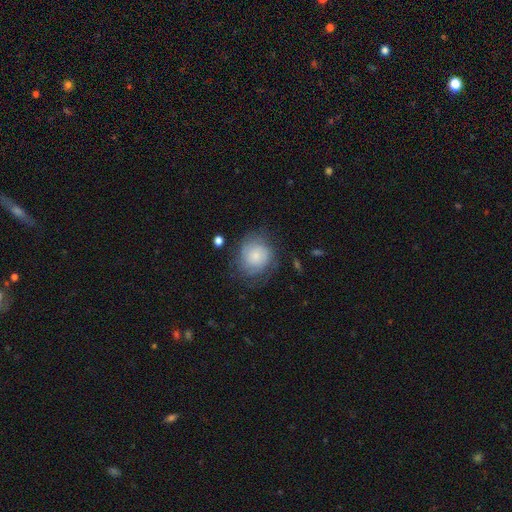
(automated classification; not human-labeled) Smooth or featured?
  - smooth: 62% *
  - featured or disk: 30%
  - star or artifact: 8%
How rounded?
  - round: 77% *
  - in between: 22%
  - cigar-shaped: 1%
Merging?
  - none: 60% *
  - minor disturbance: 23%
  - major disturbance: 15%
  - merger: 2%